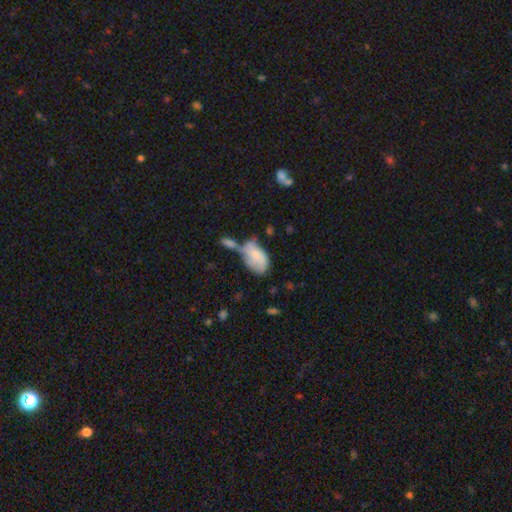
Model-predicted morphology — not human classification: A smooth galaxy with no disk features (64%) that is in between round and cigar-shaped (92%).

Vote fractions:
- Smooth or featured? smooth: 64% / featured or disk: 29% / star or artifact: 7%
- How rounded? in between: 92% / round: 6% / cigar-shaped: 2%
- Merging? merger: 39% / none: 23% / minor disturbance: 21% / major disturbance: 17%